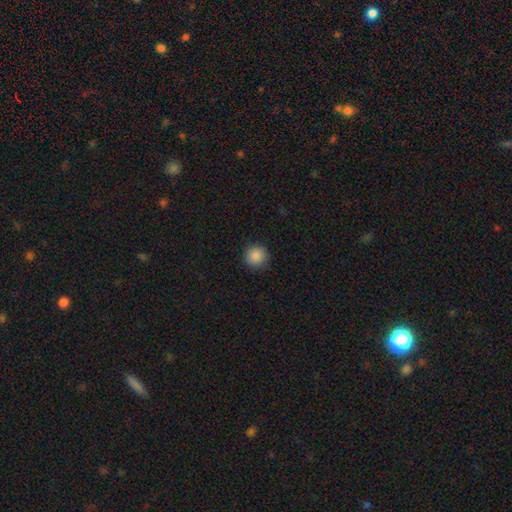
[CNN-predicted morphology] This appears to be a smooth galaxy with no disk features (88%) that is round (95%). Merging: none (91%).